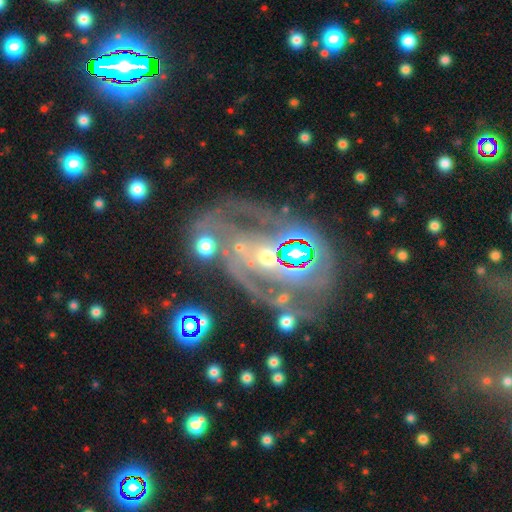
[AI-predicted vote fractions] Smooth or featured? featured or disk (74%)
Edge-on disk? no (96%)
Bar? no (54%)
Spiral arms? yes (75%)
Spiral winding? tight (45%)
Spiral arm count? 2 (43%)
Bulge size? small (47%)
Merging? none (50%)